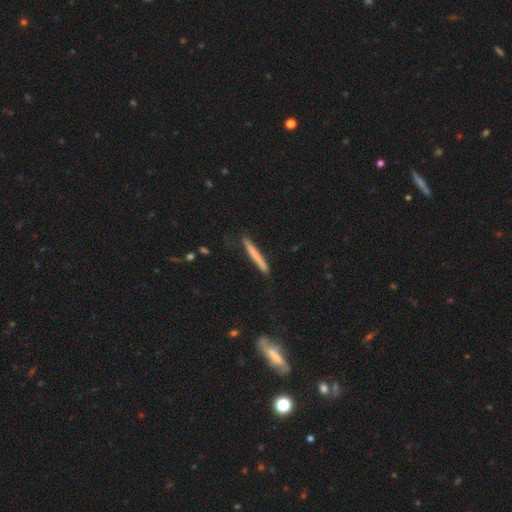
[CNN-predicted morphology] Smooth or featured? smooth (64%)
How rounded? cigar-shaped (97%)
Merging? none (85%)